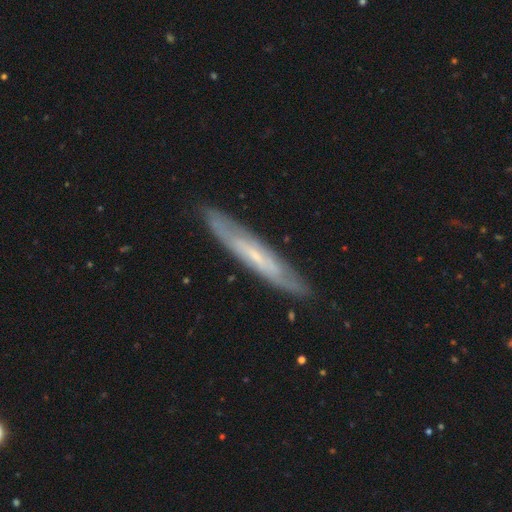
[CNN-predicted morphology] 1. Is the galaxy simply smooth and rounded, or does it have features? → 65% featured or disk, 29% smooth, 6% star or artifact.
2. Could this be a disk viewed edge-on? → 65% yes, 35% no.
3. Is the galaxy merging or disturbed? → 85% none, 11% minor disturbance, 2% major disturbance, 1% merger.